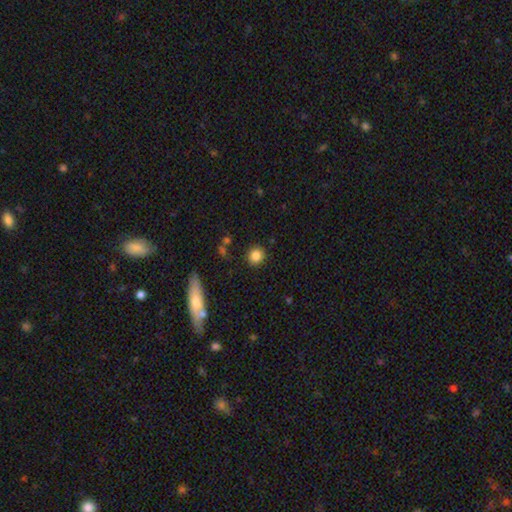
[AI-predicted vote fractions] This is clearly a smooth galaxy (85%). How rounded: clearly round (87%). Merging: clearly none (88%).